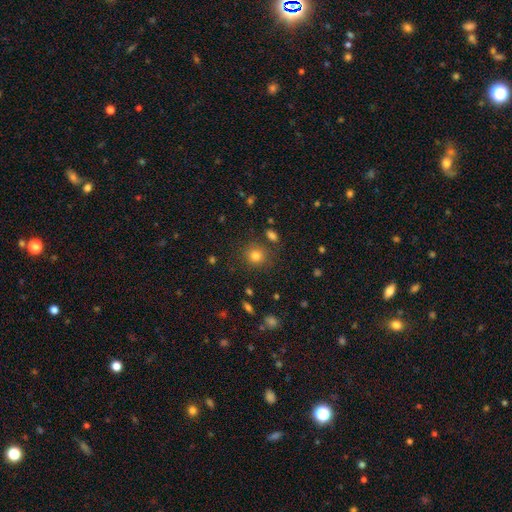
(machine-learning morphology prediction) smooth_or_featured: smooth (p=0.80) [alt: star or artifact p=0.13]
how_rounded: round (p=0.87) [alt: in between p=0.12]
merging: none (p=0.82) [alt: minor disturbance p=0.10]